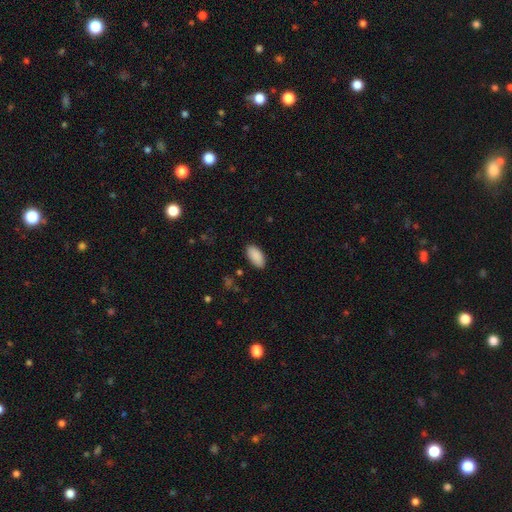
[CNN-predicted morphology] A smooth galaxy with no disk features (91%) that is in between round and cigar-shaped (94%). Merging: none (88%).